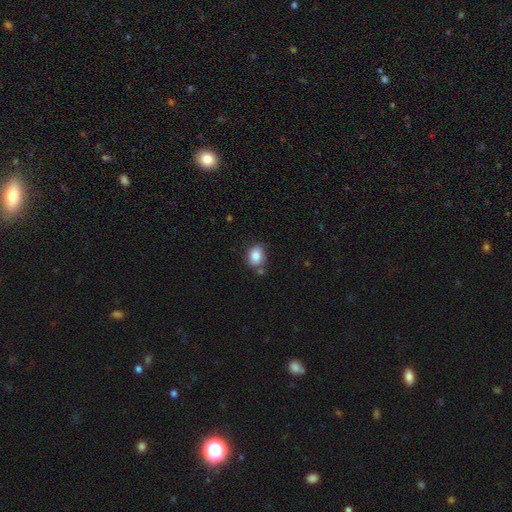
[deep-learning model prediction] This appears to be a smooth galaxy with no disk features (85%) that is in between round and cigar-shaped (59%). Merging: none (69%).